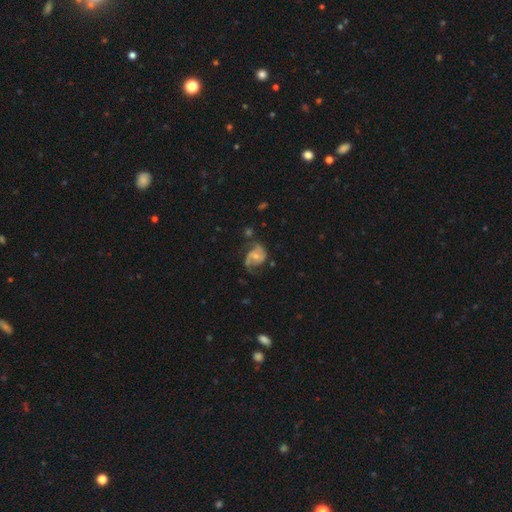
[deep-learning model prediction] Smooth or featured?
  - featured or disk: 79% *
  - smooth: 14%
  - star or artifact: 7%
Edge-on disk?
  - no: 98% *
  - yes: 2%
Bar?
  - no: 57% *
  - weak: 34%
  - strong: 9%
Spiral arms?
  - yes: 92% *
  - no: 8%
Spiral winding?
  - medium: 47% *
  - loose: 31%
  - tight: 22%
Spiral arm count?
  - 2: 75% *
  - 1: 9%
  - can't tell: 8%
  - 3: 5%
  - 4: 1%
  - more than 4: 1%
Bulge size?
  - small: 50% *
  - moderate: 44%
  - none: 3%
  - large: 2%
  - dominant: 1%
Merging?
  - none: 48% *
  - minor disturbance: 26%
  - major disturbance: 22%
  - merger: 4%